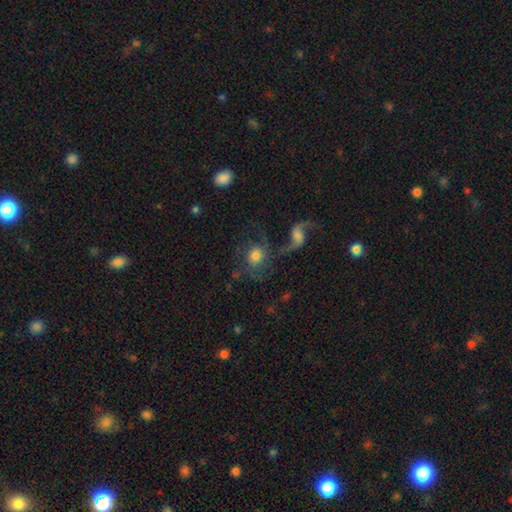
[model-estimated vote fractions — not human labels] A featured or disk galaxy (57%) with no bar (67%), spiral arms (83%) and a moderate central bulge (48%).

Vote fractions:
- Smooth or featured? featured or disk: 57% / smooth: 32% / star or artifact: 11%
- Edge-on disk? no: 97% / yes: 3%
- Bar? no: 67% / weak: 27% / strong: 6%
- Spiral arms? yes: 83% / no: 17%
- Bulge size? moderate: 48% / small: 22% / large: 20% / none: 6% / dominant: 4%
- Merging? none: 41% / merger: 28% / major disturbance: 19% / minor disturbance: 13%